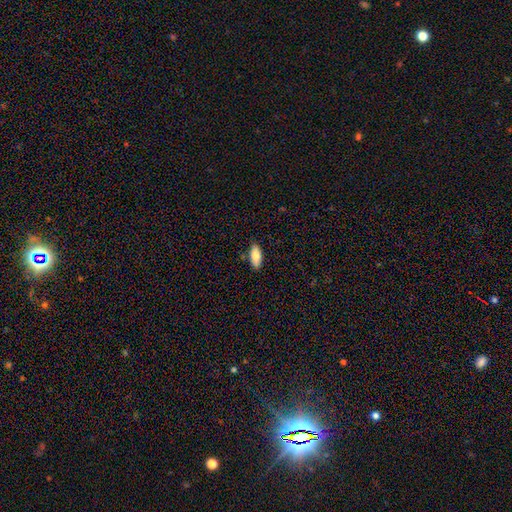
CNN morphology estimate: The model was most divided on "how rounded": in between: 84%, cigar-shaped: 14%, round: 2%. More confident: merging — none (86%); smooth or featured — smooth (82%).